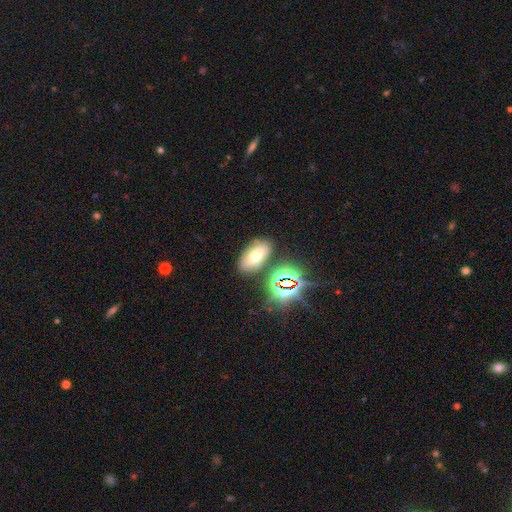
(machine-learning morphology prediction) This appears to be a smooth galaxy with no disk features (53%) that is in between round and cigar-shaped (88%). Merging: none (77%).